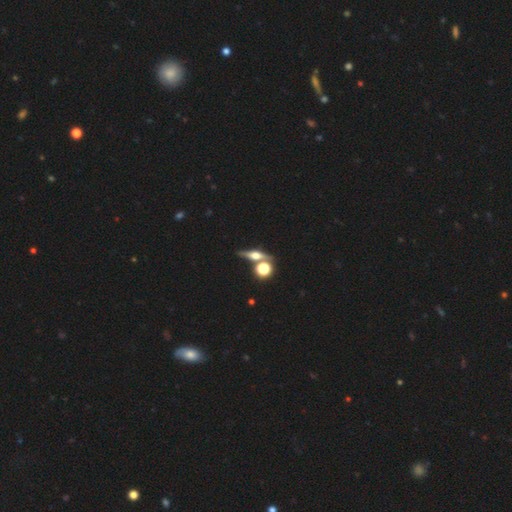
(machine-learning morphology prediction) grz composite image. It shows a featured or disk galaxy (61%) viewed edge-on (91%) with a rounded central bulge (94%). Merging: none (72%).